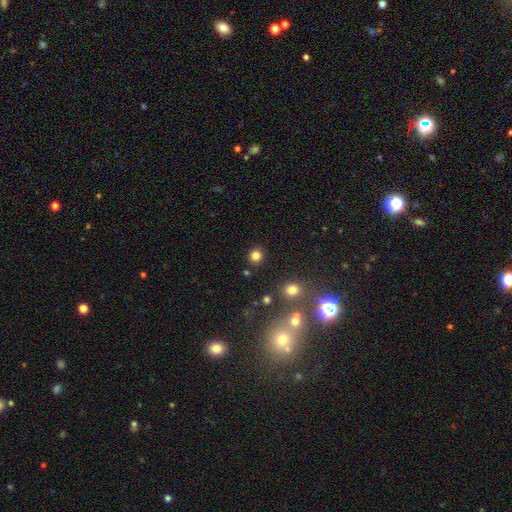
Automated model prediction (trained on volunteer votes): Smooth or featured? smooth (80%)
How rounded? round (90%)
Merging? none (88%)